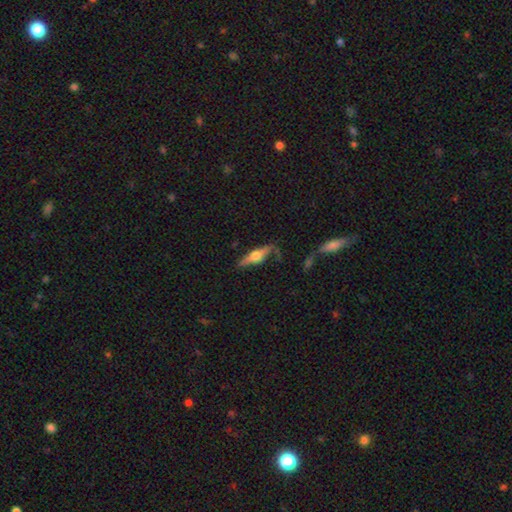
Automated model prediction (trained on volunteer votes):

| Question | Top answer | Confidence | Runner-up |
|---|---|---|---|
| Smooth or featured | featured or disk | 63% | smooth (31%) |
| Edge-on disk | yes | 94% | no (6%) |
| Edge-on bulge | rounded | 94% | boxy (4%) |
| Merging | none | 74% | minor disturbance (17%) |